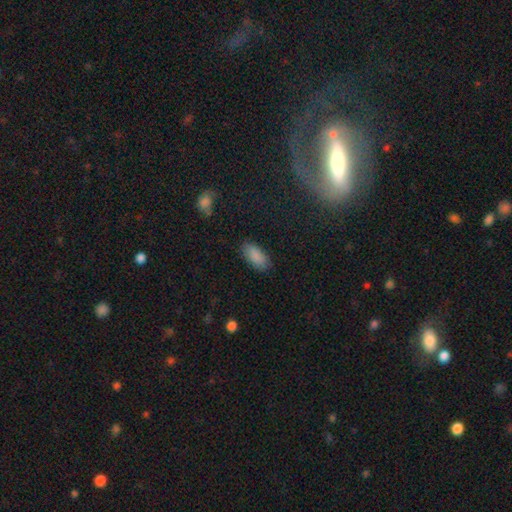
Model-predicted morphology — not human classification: Q: Smooth or featured?
A: smooth (88%); runner-up: star or artifact (7%)
Q: How rounded?
A: in between (90%); runner-up: cigar-shaped (8%)
Q: Merging?
A: none (85%); runner-up: minor disturbance (11%)